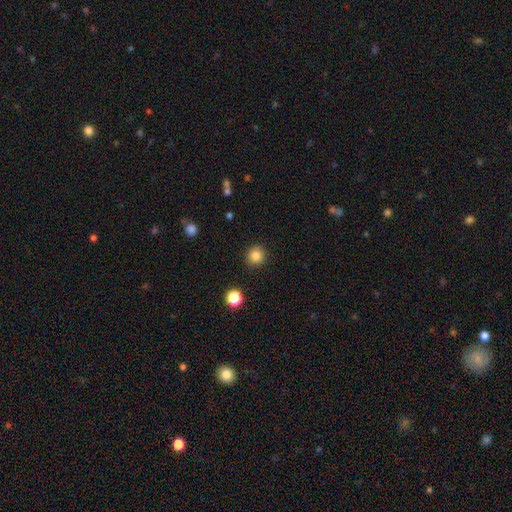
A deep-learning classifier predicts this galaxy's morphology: Smooth or featured? smooth (84%)
How rounded? round (91%)
Merging? none (90%)